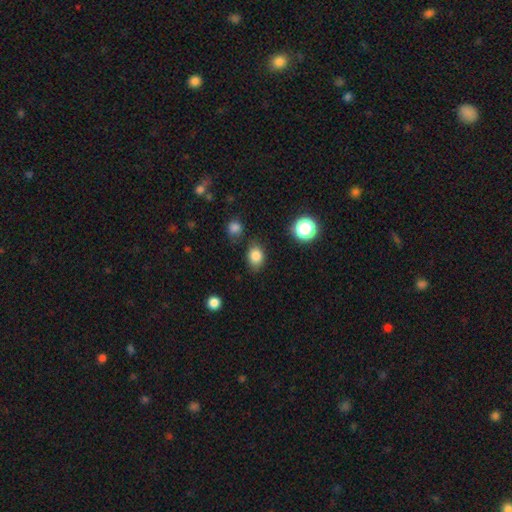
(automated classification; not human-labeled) Smooth or featured? Predicted: smooth (p=0.83). How rounded? Predicted: in between (p=0.62). Merging? Predicted: none (p=0.76).